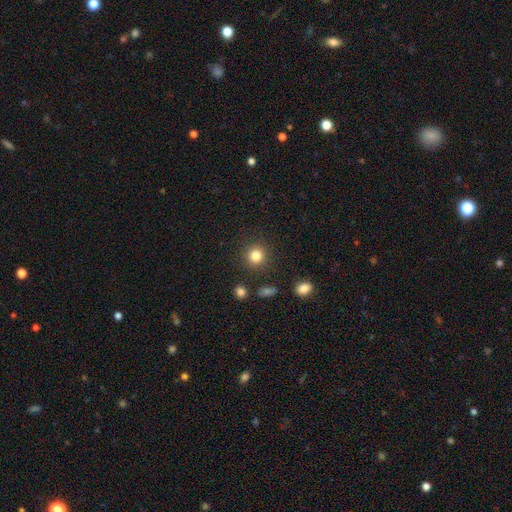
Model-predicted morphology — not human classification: smooth_or_featured: smooth (p=0.83) [alt: star or artifact p=0.11]
how_rounded: round (p=0.91) [alt: in between p=0.08]
merging: none (p=0.88) [alt: minor disturbance p=0.07]